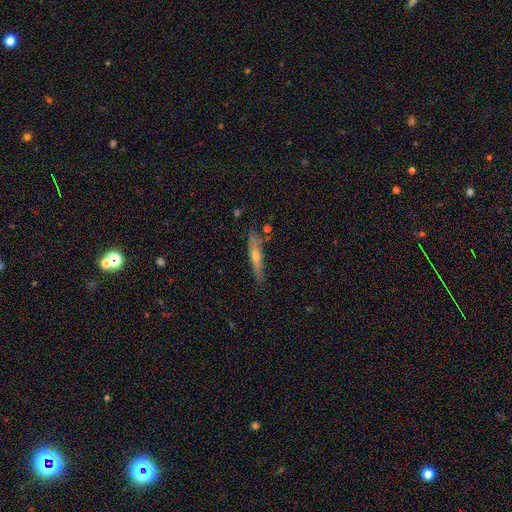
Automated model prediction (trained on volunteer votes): featured or disk 54%, smooth 40%, star or artifact 7%. Down the decision tree: edge-on disk — yes (89%); merging — none (77%).